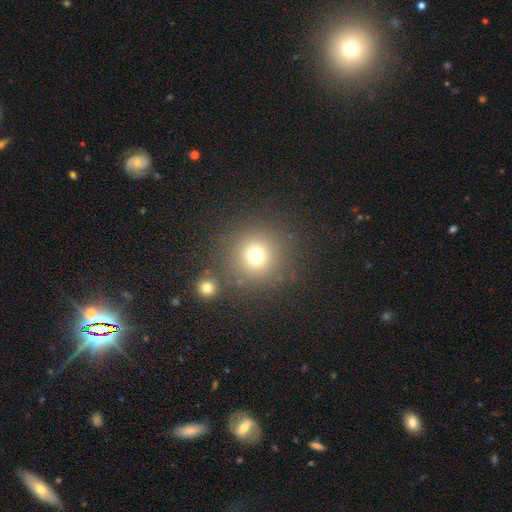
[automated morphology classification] A smooth galaxy with no disk features (72%) that is round (94%).

Vote fractions:
- Smooth or featured? smooth: 72% / star or artifact: 19% / featured or disk: 9%
- How rounded? round: 94% / in between: 5% / cigar-shaped: 1%
- Merging? none: 81% / merger: 8% / minor disturbance: 7% / major disturbance: 4%